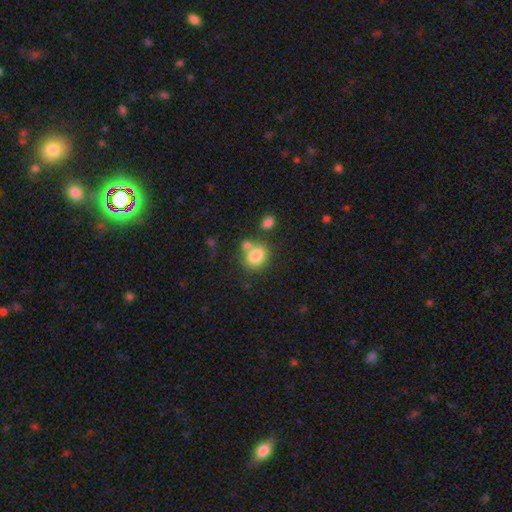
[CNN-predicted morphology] A smooth galaxy with no disk features (82%) that is in between round and cigar-shaped (54%). Merging: none (55%).